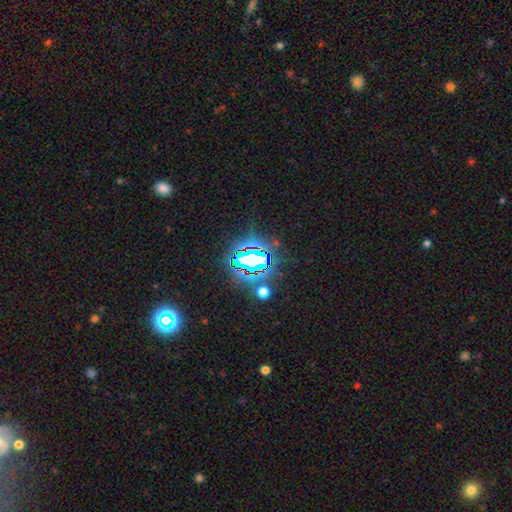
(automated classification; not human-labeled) Q: Smooth or featured?
A: star or artifact (75%); runner-up: smooth (14%)